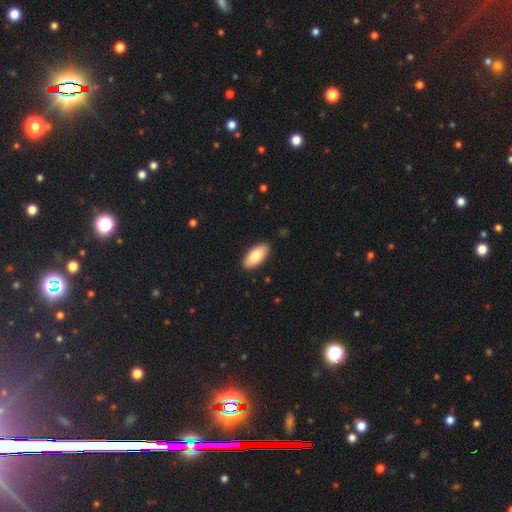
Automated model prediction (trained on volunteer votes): The model was most divided on "smooth or featured": smooth: 83%, featured or disk: 11%, star or artifact: 6%. More confident: how rounded — in between (89%); merging — none (89%).